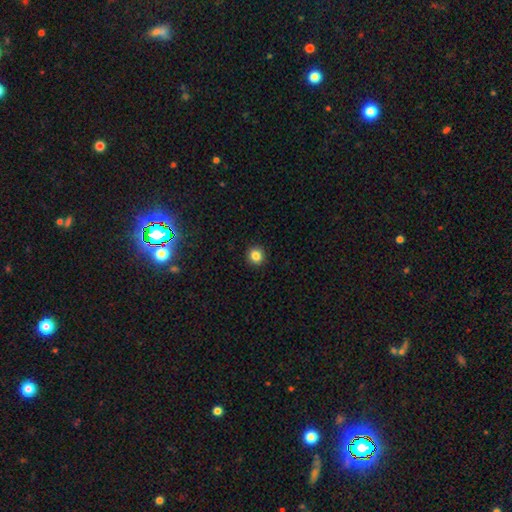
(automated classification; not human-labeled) Q: Smooth or featured?
A: smooth (84%); runner-up: star or artifact (11%)
Q: How rounded?
A: round (93%); runner-up: in between (6%)
Q: Merging?
A: none (93%); runner-up: minor disturbance (4%)